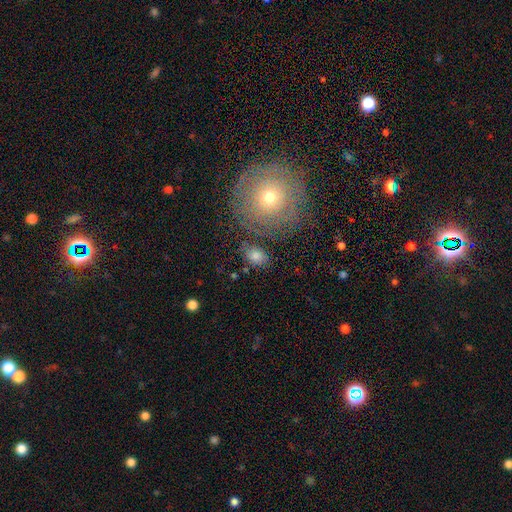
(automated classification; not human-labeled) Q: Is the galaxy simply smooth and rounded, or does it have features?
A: smooth — 73%.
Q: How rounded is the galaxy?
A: in between — 68%.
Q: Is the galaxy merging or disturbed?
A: none — 74%.